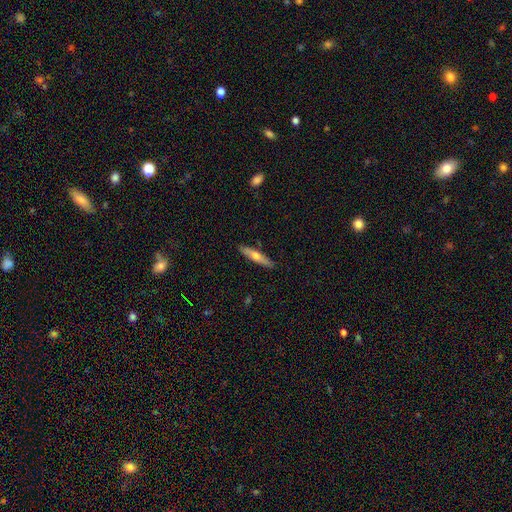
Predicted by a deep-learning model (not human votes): smooth-or-featured: smooth: 53% | featured or disk: 41% | star or artifact: 6%
  how-rounded: cigar-shaped: 83% | in between: 15% | round: 2%
  merging: none: 89% | minor disturbance: 8% | major disturbance: 2% | merger: 1%